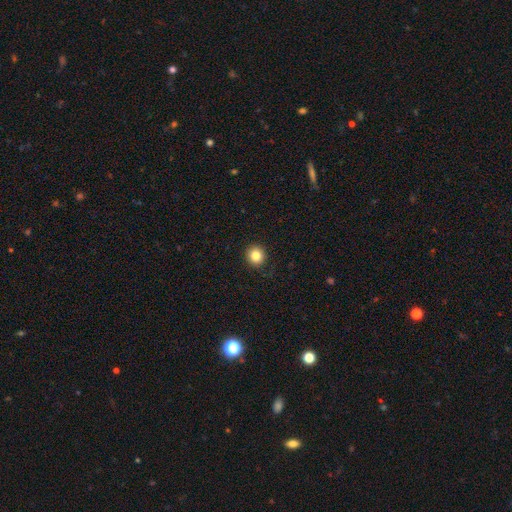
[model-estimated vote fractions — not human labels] Q: Smooth or featured?
A: smooth (84%); runner-up: star or artifact (11%)
Q: How rounded?
A: round (91%); runner-up: in between (8%)
Q: Merging?
A: none (91%); runner-up: minor disturbance (6%)